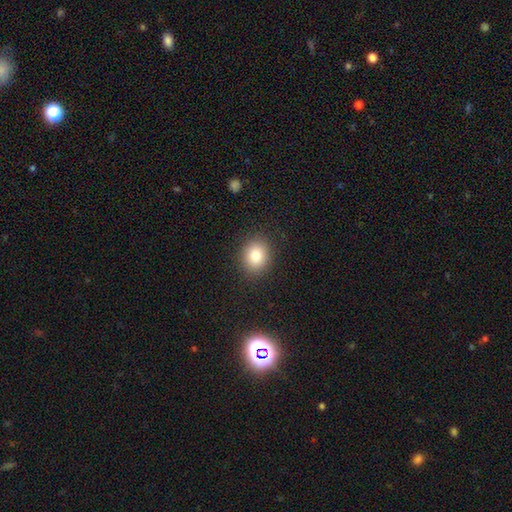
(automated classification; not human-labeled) A smooth galaxy with no disk features (83%) that is round (66%). Merging: none (89%).